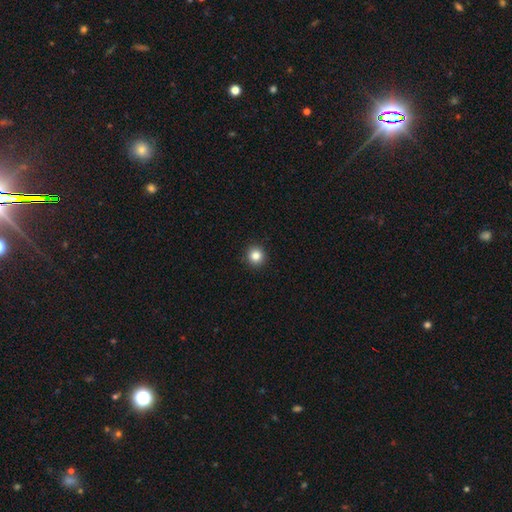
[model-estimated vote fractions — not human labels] This appears to be a smooth galaxy with no disk features (84%) that is round (94%). Merging: none (93%).